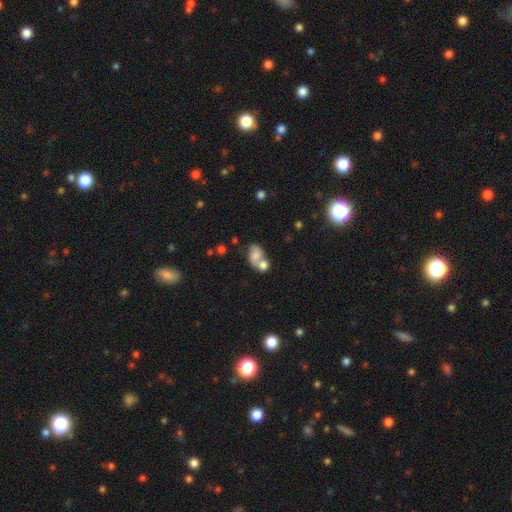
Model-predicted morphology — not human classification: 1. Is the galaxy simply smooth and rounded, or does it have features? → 67% smooth, 22% featured or disk, 11% star or artifact.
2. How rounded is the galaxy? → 76% in between, 22% round, 2% cigar-shaped.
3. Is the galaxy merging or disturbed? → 59% merger, 24% none, 10% minor disturbance, 6% major disturbance.